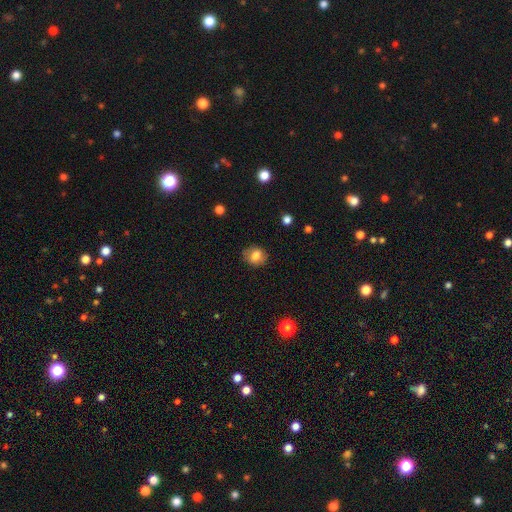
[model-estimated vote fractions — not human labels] Overall: smooth (79%). How rounded: round (61%; in between 38%). Merging: none (81%).